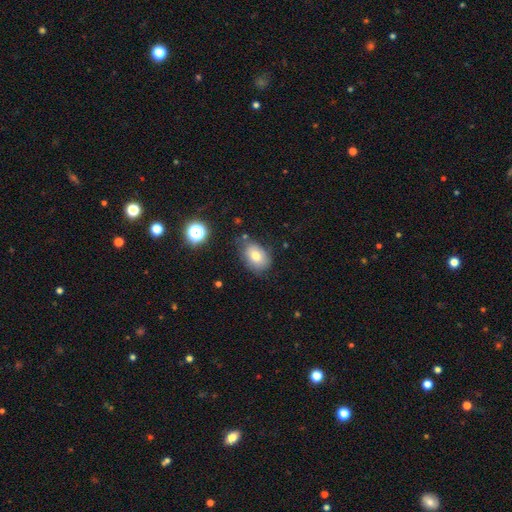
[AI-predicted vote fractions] smooth-or-featured: smooth: 76% | featured or disk: 14% | star or artifact: 10%
  how-rounded: in between: 79% | round: 20% | cigar-shaped: 1%
  merging: none: 69% | minor disturbance: 23% | major disturbance: 5% | merger: 3%